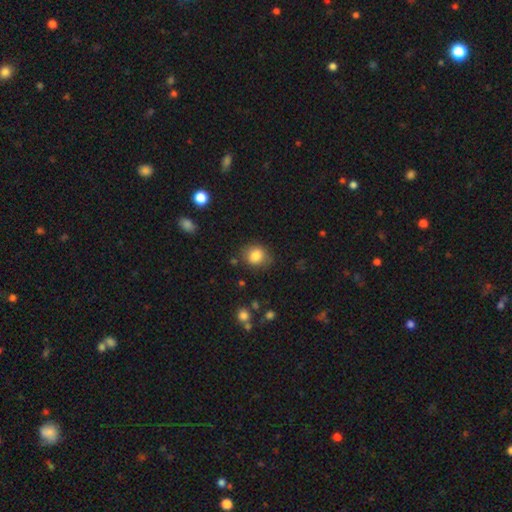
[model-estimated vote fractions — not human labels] Q: Smooth or featured?
A: smooth (83%); runner-up: star or artifact (10%)
Q: How rounded?
A: round (69%); runner-up: in between (30%)
Q: Merging?
A: none (76%); runner-up: minor disturbance (17%)